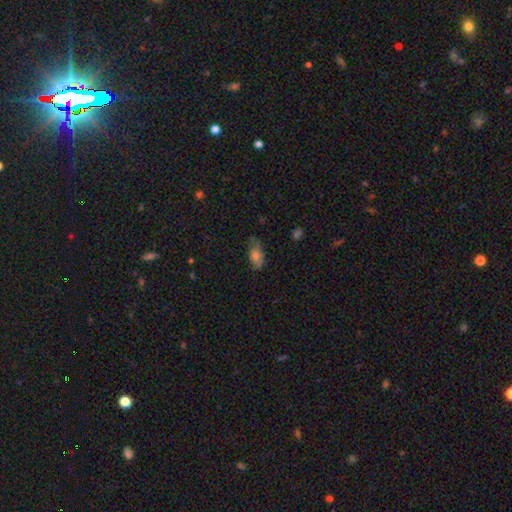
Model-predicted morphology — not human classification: Smooth or featured: smooth — 62% (featured or disk — 25%)
How rounded: in between — 86% (cigar-shaped — 8%)
Merging: none — 63% (minor disturbance — 27%)